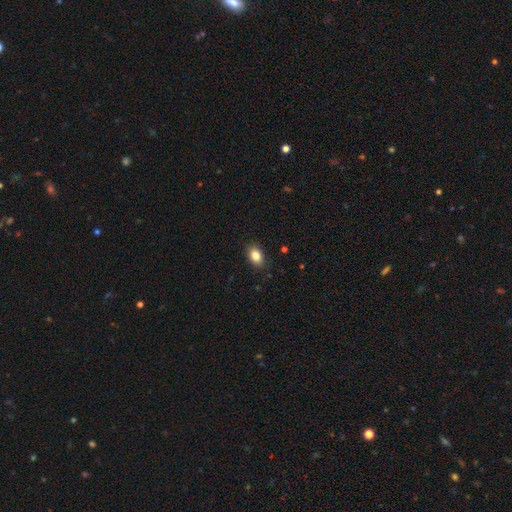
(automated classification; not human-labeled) smooth_or_featured: smooth (p=0.86) [alt: star or artifact p=0.08]
how_rounded: in between (p=0.83) [alt: round p=0.16]
merging: none (p=0.87) [alt: minor disturbance p=0.10]